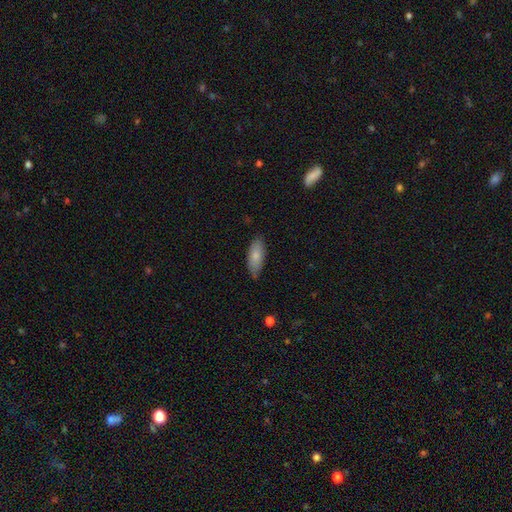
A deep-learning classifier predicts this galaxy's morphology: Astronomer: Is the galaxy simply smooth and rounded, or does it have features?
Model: smooth — 80%.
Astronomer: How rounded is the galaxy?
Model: in between — 81%.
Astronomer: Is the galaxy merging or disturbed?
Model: none — 73%.